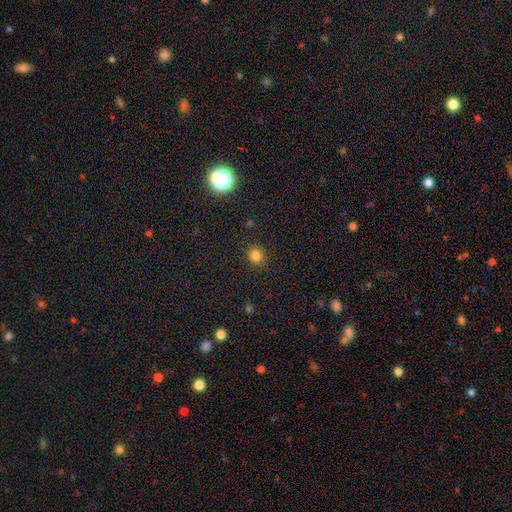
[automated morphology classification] Smooth or featured?
  - smooth: 81% *
  - star or artifact: 14%
  - featured or disk: 5%
How rounded?
  - round: 86% *
  - in between: 13%
  - cigar-shaped: 1%
Merging?
  - none: 89% *
  - minor disturbance: 7%
  - major disturbance: 2%
  - merger: 1%